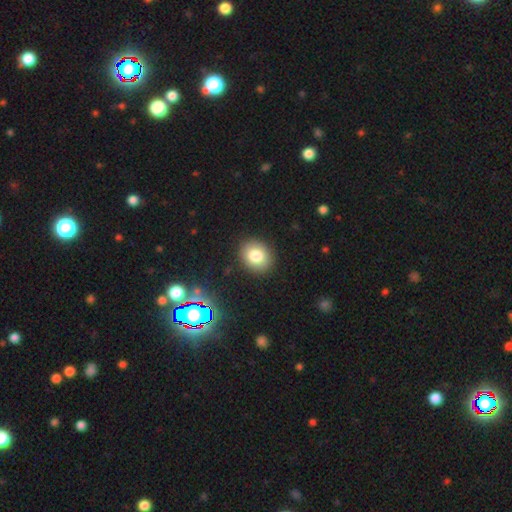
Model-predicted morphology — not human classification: smooth-or-featured: smooth: 80% | star or artifact: 11% | featured or disk: 8%
  how-rounded: round: 58% | in between: 41% | cigar-shaped: 1%
  merging: none: 89% | minor disturbance: 8% | major disturbance: 2% | merger: 1%